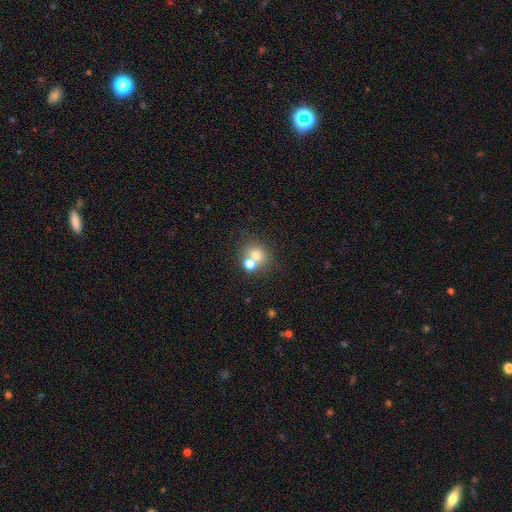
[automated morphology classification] A smooth galaxy with no disk features (71%) that is round (70%).

Vote fractions:
- Smooth or featured? smooth: 71% / featured or disk: 16% / star or artifact: 13%
- How rounded? round: 70% / in between: 29% / cigar-shaped: 1%
- Merging? merger: 47% / none: 42% / minor disturbance: 7% / major disturbance: 4%